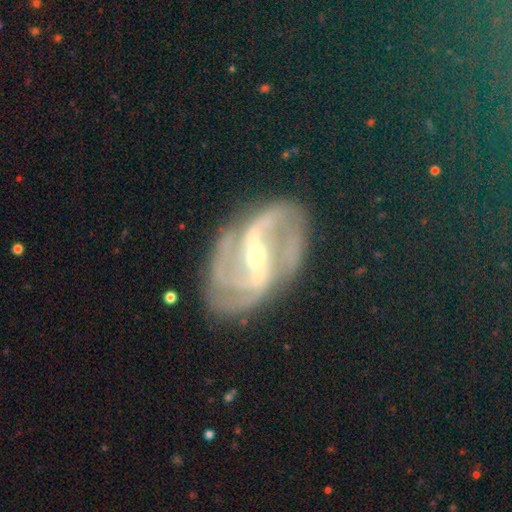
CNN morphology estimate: featured or disk 89%, star or artifact 7%, smooth 4%. Down the decision tree: edge-on disk — no (96%); bar — strong (65%); spiral arms — yes (96%); spiral arm count — 2 (59%); spiral winding — medium (46%); bulge size — small (56%); merging — none (71%).